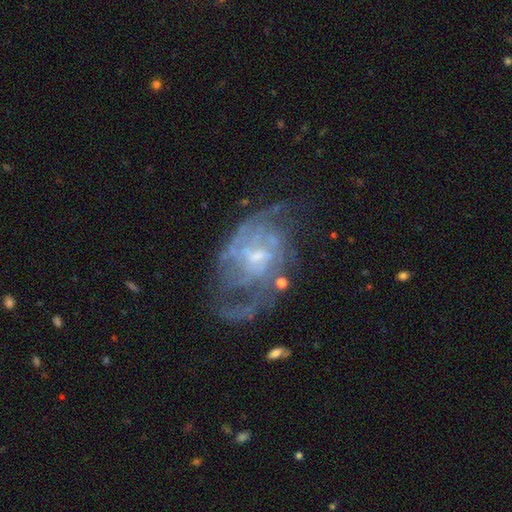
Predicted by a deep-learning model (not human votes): smooth_or_featured: featured or disk (p=0.83) [alt: smooth p=0.09]
disk_edge_on: no (p=0.97) [alt: yes p=0.03]
bar: no (p=0.47) [alt: weak p=0.45]
has_spiral_arms: yes (p=0.84) [alt: no p=0.16]
spiral_winding: medium (p=0.43) [alt: tight p=0.35]
spiral_arm_count: can't tell (p=0.38) [alt: 2 p=0.32]
bulge_size: small (p=0.57) [alt: moderate p=0.30]
merging: none (p=0.50) [alt: major disturbance p=0.25]